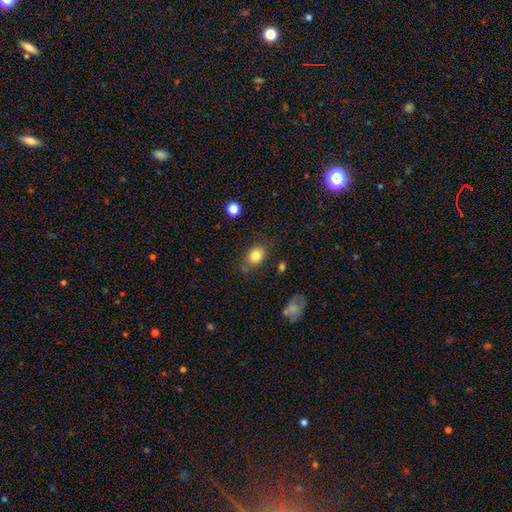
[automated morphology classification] Smooth or featured: smooth — 82% (star or artifact — 10%)
How rounded: in between — 63% (round — 36%)
Merging: none — 75% (minor disturbance — 17%)